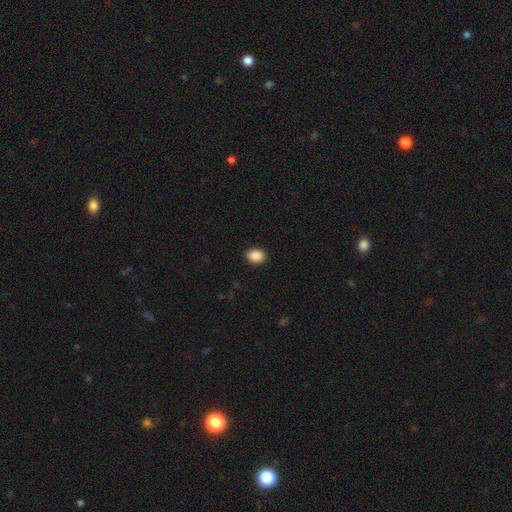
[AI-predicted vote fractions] Smooth or featured: smooth — 90% (star or artifact — 8%)
How rounded: in between — 66% (round — 33%)
Merging: none — 89% (minor disturbance — 8%)